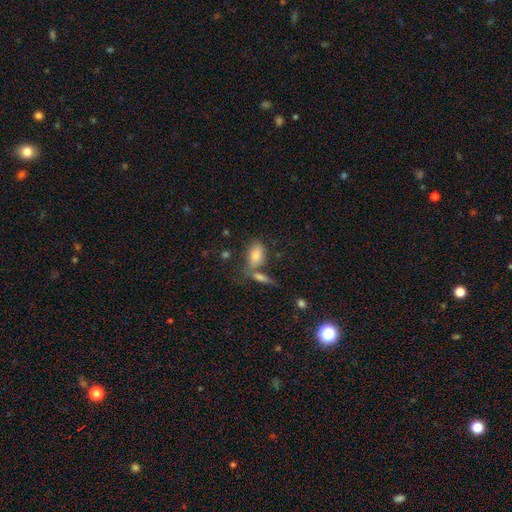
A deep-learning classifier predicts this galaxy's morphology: smooth-or-featured: smooth: 76% | featured or disk: 14% | star or artifact: 10%
  how-rounded: in between: 87% | round: 7% | cigar-shaped: 6%
  merging: none: 54% | merger: 27% | minor disturbance: 14% | major disturbance: 5%